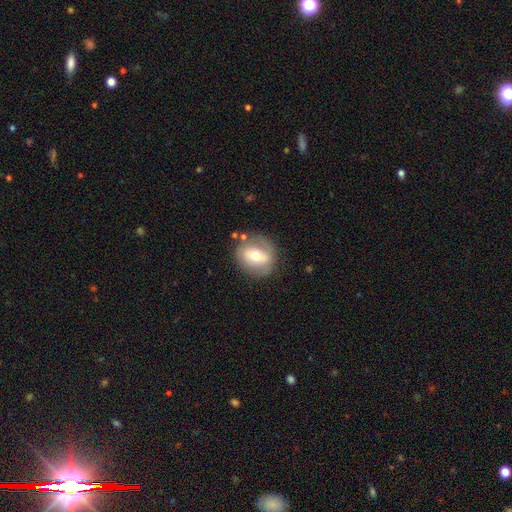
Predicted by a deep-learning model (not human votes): Smooth or featured: smooth — 50% (featured or disk — 42%)
How rounded: round — 71% (in between — 28%)
Merging: none — 75% (minor disturbance — 15%)